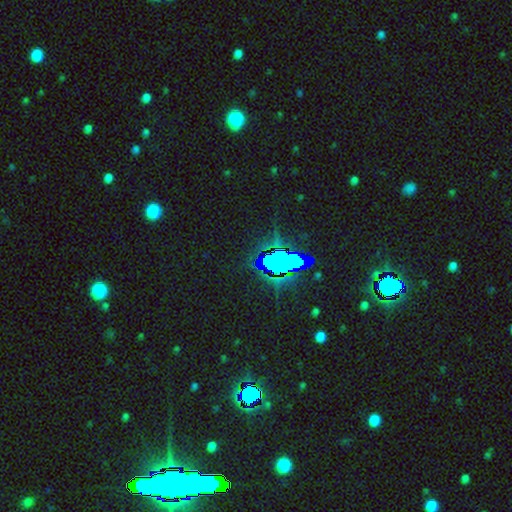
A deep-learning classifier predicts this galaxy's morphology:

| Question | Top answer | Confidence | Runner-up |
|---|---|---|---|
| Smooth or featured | star or artifact | 82% | smooth (10%) |